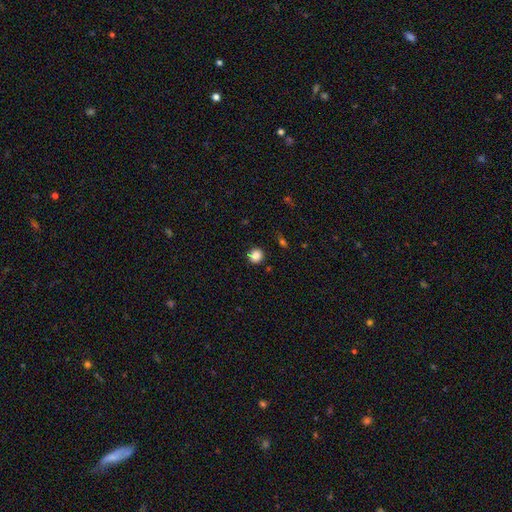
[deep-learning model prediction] smooth-or-featured: smooth: 85% | star or artifact: 11% | featured or disk: 4%
  how-rounded: round: 91% | in between: 8% | cigar-shaped: 1%
  merging: none: 86% | minor disturbance: 9% | major disturbance: 2% | merger: 2%